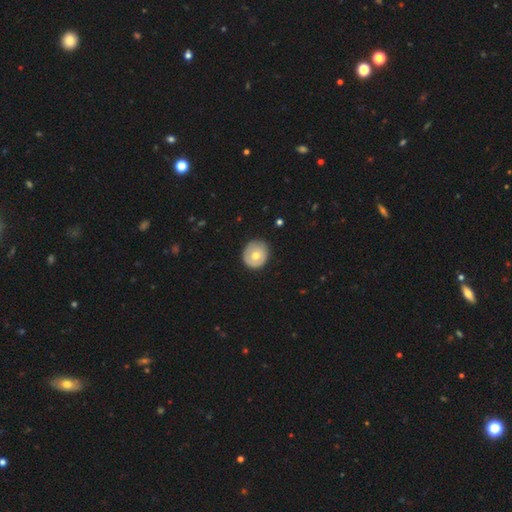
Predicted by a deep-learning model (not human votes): A smooth galaxy with no disk features (60%) that is round (88%).

Vote fractions:
- Smooth or featured? smooth: 60% / featured or disk: 33% / star or artifact: 6%
- How rounded? round: 88% / in between: 11% / cigar-shaped: 1%
- Merging? none: 83% / minor disturbance: 13% / major disturbance: 3% / merger: 1%